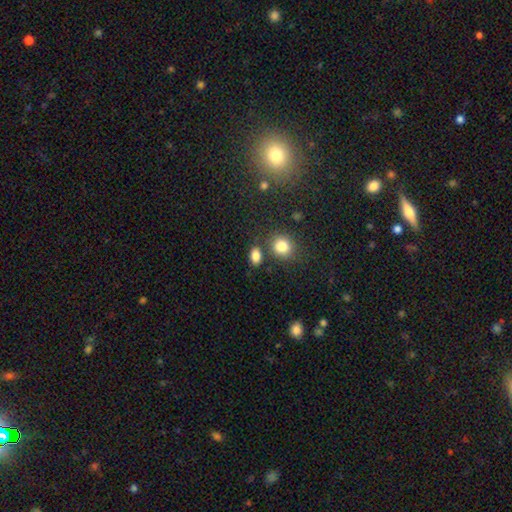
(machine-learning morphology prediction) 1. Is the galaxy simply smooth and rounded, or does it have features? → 84% smooth, 11% star or artifact, 5% featured or disk.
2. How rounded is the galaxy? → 76% in between, 22% round, 2% cigar-shaped.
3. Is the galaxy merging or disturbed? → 73% none, 12% merger, 11% minor disturbance, 4% major disturbance.